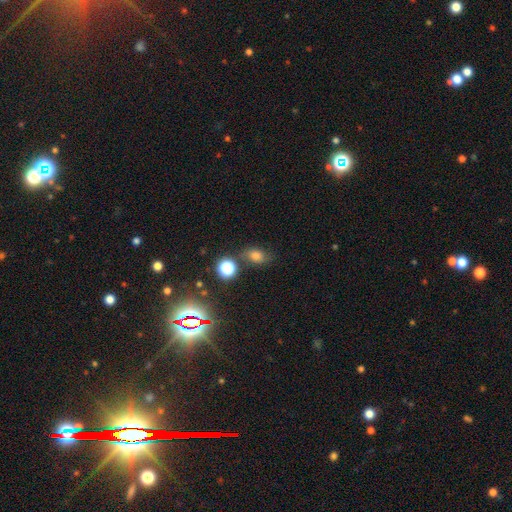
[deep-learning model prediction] This appears to be a smooth galaxy with no disk features (69%) that is in between round and cigar-shaped (70%). Merging: none (65%).